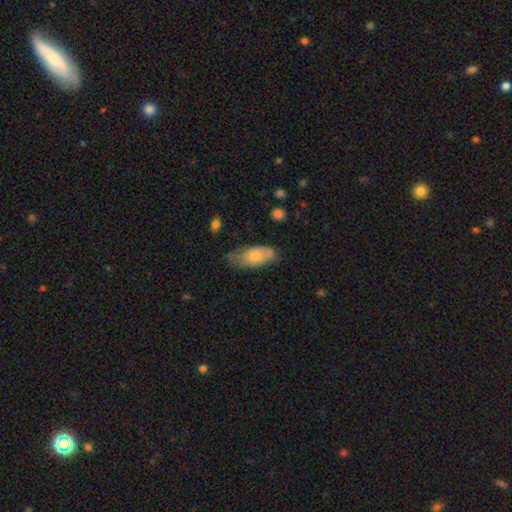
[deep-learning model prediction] A smooth galaxy with no disk features (68%) that is in between round and cigar-shaped (88%).

Vote fractions:
- Smooth or featured? smooth: 68% / featured or disk: 26% / star or artifact: 6%
- How rounded? in between: 88% / cigar-shaped: 9% / round: 3%
- Merging? none: 45% / minor disturbance: 38% / major disturbance: 14% / merger: 3%